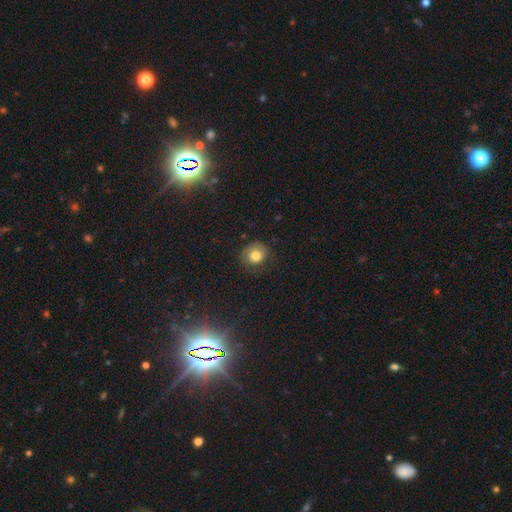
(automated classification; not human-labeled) The model was most divided on "merging": none: 71%, minor disturbance: 20%, major disturbance: 8%, merger: 1%. More confident: how rounded — round (83%); smooth or featured — smooth (78%).